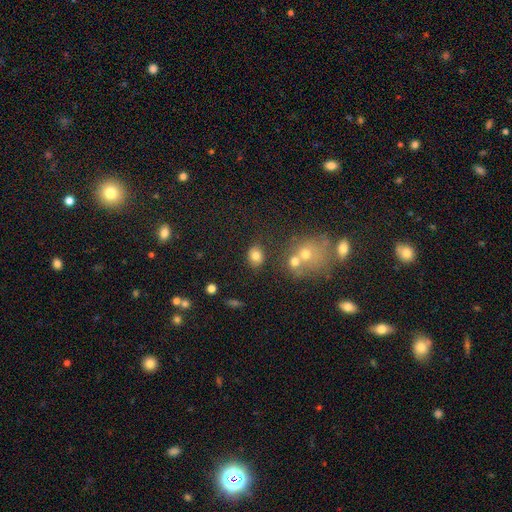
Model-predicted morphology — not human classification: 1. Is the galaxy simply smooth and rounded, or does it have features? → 79% smooth, 12% star or artifact, 9% featured or disk.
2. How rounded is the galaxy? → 51% in between, 48% round, 1% cigar-shaped.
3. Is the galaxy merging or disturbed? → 76% none, 12% minor disturbance, 8% merger, 4% major disturbance.